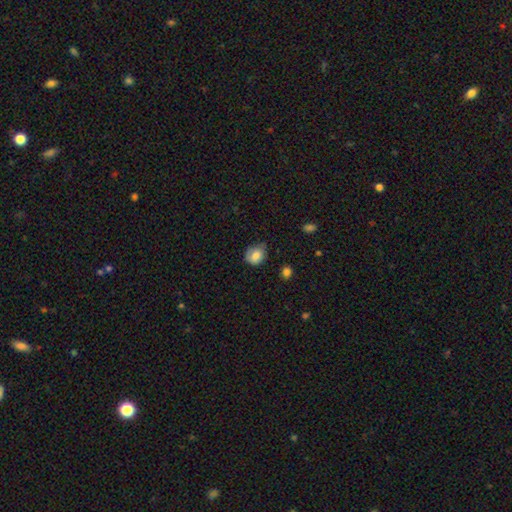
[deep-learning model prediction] This appears to be a smooth galaxy with no disk features (80%) that is round (68%). Merging: none (62%).